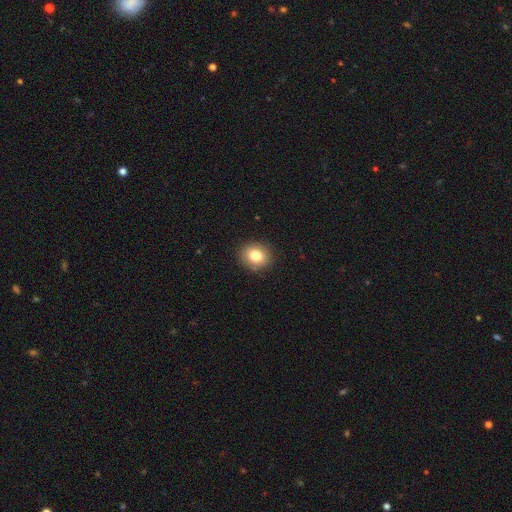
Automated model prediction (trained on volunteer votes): smooth 81%, star or artifact 11%, featured or disk 9%. Down the decision tree: how rounded — round (72%); merging — none (90%).